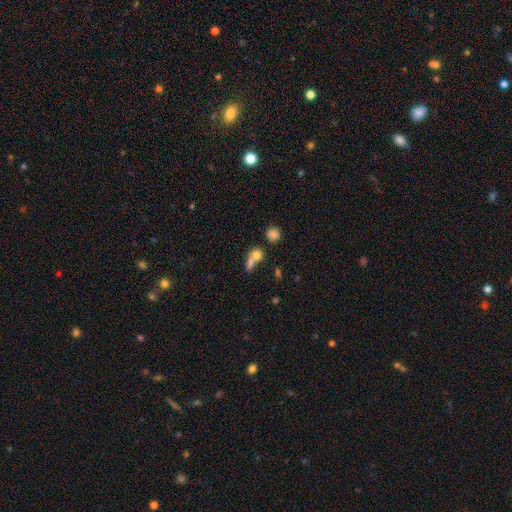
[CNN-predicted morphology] The model was most divided on "merging": merger: 50%, none: 34%, minor disturbance: 9%, major disturbance: 7%. More confident: smooth or featured — smooth (73%); how rounded — round (55%).